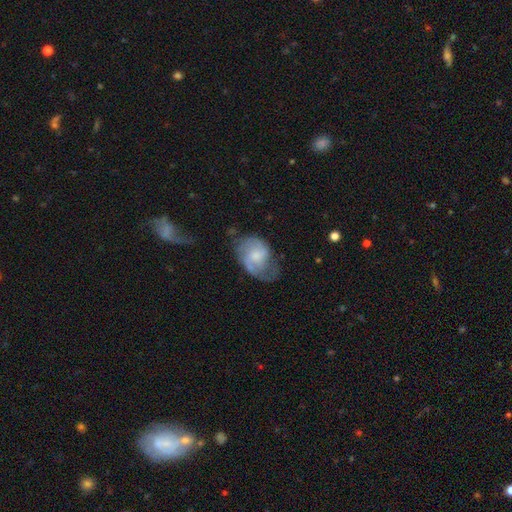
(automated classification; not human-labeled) smooth_or_featured: featured or disk (p=0.52) [alt: smooth p=0.41]
disk_edge_on: no (p=0.97) [alt: yes p=0.03]
bar: no (p=0.65) [alt: weak p=0.31]
has_spiral_arms: yes (p=0.72) [alt: no p=0.28]
bulge_size: small (p=0.39) [alt: moderate p=0.36]
merging: none (p=0.36) [alt: minor disturbance p=0.32]